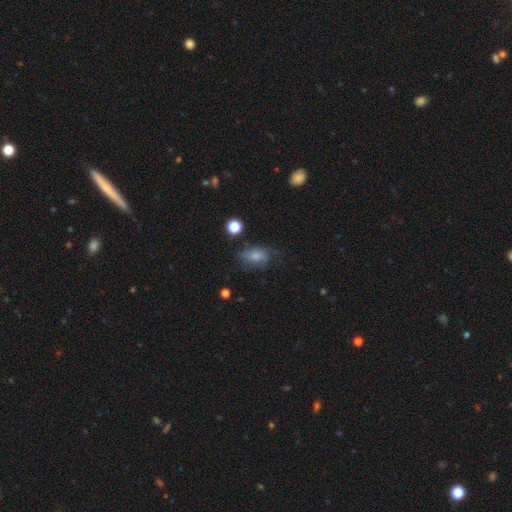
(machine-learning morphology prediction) smooth 65%, featured or disk 24%, star or artifact 12%. Down the decision tree: how rounded — in between (83%); merging — none (49%).